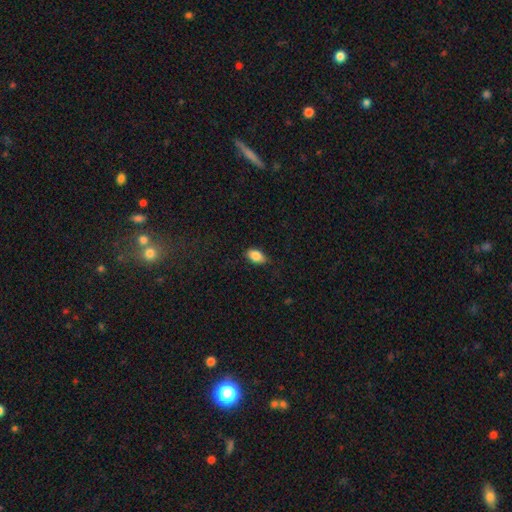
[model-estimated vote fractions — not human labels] Smooth or featured? smooth (85%)
How rounded? in between (90%)
Merging? none (81%)